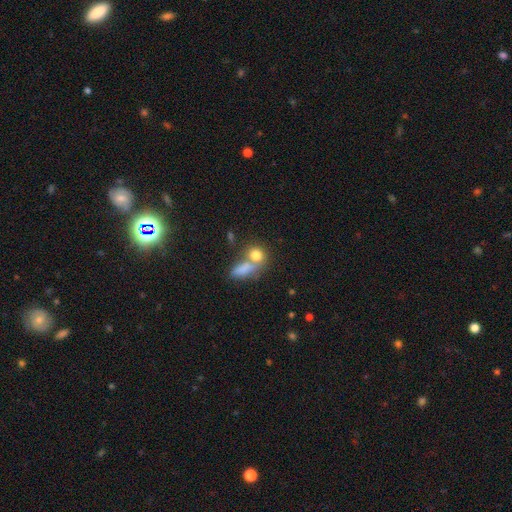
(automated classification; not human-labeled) Q: Smooth or featured?
A: smooth (79%); runner-up: featured or disk (11%)
Q: How rounded?
A: round (55%); runner-up: in between (40%)
Q: Merging?
A: merger (44%); runner-up: none (41%)